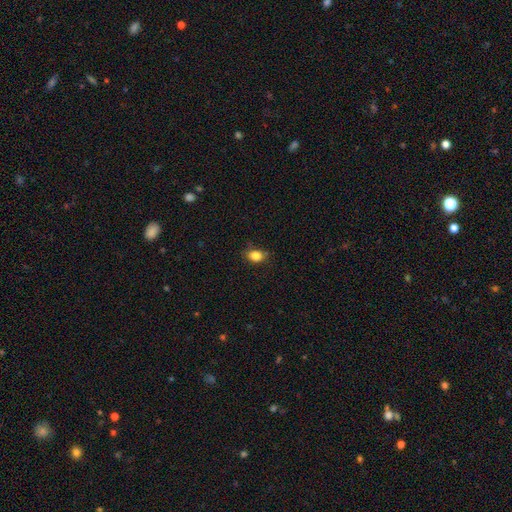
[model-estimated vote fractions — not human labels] The model was most divided on "how rounded": in between: 62%, round: 37%, cigar-shaped: 1%. More confident: smooth or featured — smooth (84%); merging — none (75%).